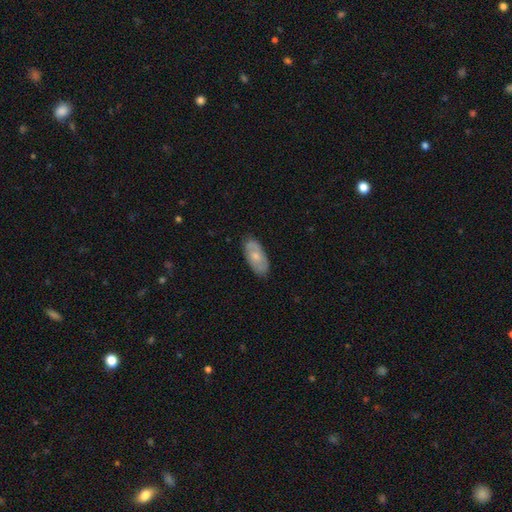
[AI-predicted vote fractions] The model was most divided on "smooth or featured": smooth: 53%, featured or disk: 41%, star or artifact: 6%. More confident: how rounded — in between (90%); merging — none (83%).